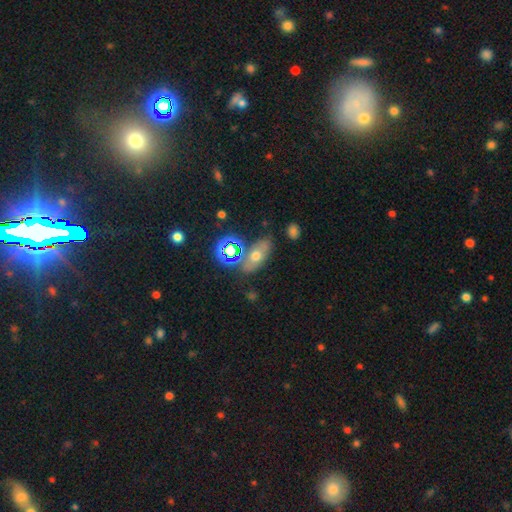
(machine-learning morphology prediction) This is possibly a smooth galaxy (52%). How rounded: likely in between (76%). Merging: likely none (67%).